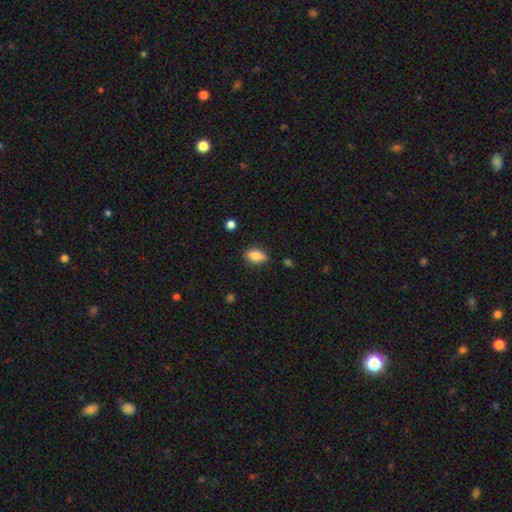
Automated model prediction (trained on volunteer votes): Smooth or featured?
  - smooth: 84% *
  - featured or disk: 8%
  - star or artifact: 8%
How rounded?
  - in between: 87% *
  - round: 7%
  - cigar-shaped: 6%
Merging?
  - none: 82% *
  - minor disturbance: 13%
  - major disturbance: 3%
  - merger: 2%